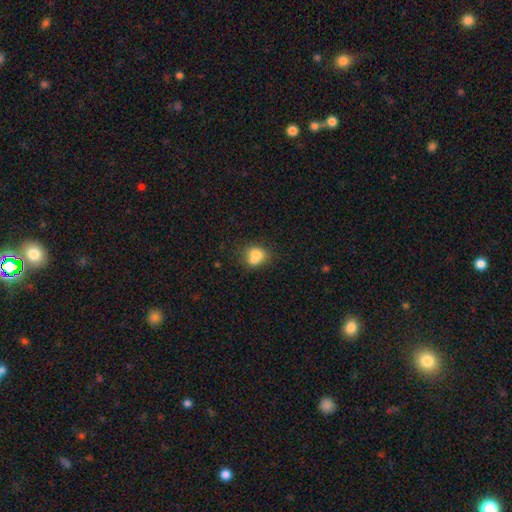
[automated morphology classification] Q: Smooth or featured?
A: smooth (75%); runner-up: featured or disk (15%)
Q: How rounded?
A: round (64%); runner-up: in between (35%)
Q: Merging?
A: none (40%); tied with: merger (40%)